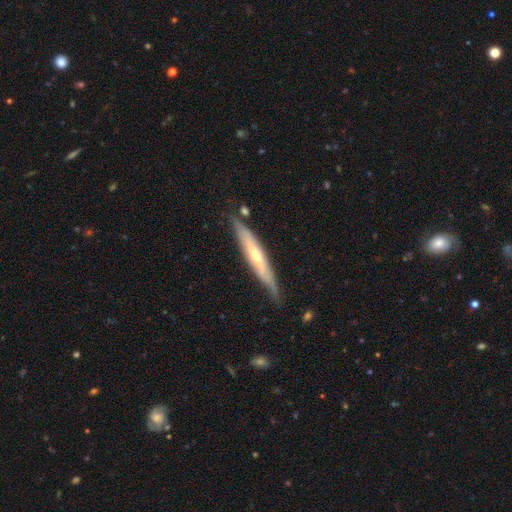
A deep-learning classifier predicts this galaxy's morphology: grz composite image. It shows a featured or disk galaxy (67%) viewed edge-on (84%) with a rounded central bulge (71%). Merging: none (76%).